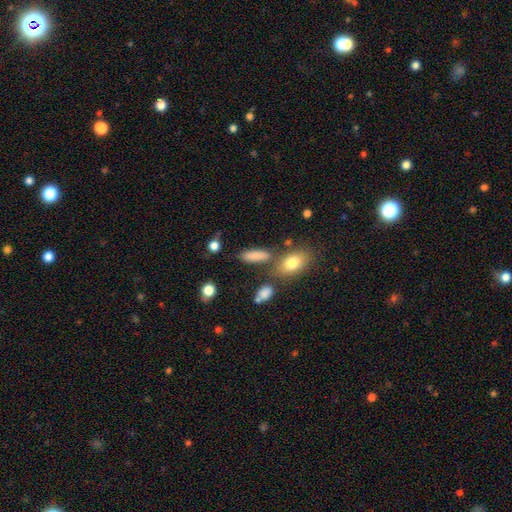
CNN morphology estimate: A smooth galaxy with no disk features (83%) that is in between round and cigar-shaped (54%).

Vote fractions:
- Smooth or featured? smooth: 83% / featured or disk: 9% / star or artifact: 9%
- How rounded? in between: 54% / cigar-shaped: 41% / round: 5%
- Merging? none: 71% / minor disturbance: 13% / merger: 12% / major disturbance: 5%